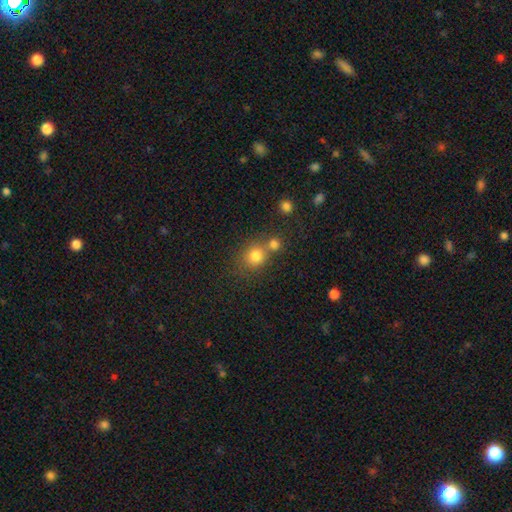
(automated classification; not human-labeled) Smooth or featured? smooth (78%)
How rounded? round (81%)
Merging? none (51%)